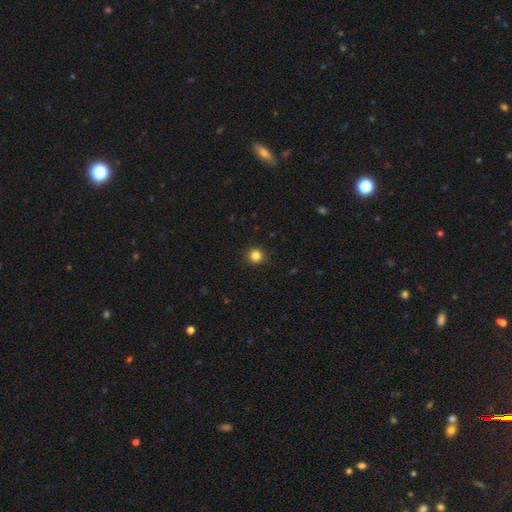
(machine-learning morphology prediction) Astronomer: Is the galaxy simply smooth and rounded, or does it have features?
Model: smooth — 84%.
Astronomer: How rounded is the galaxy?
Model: round — 93%.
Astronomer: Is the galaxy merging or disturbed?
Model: none — 92%.